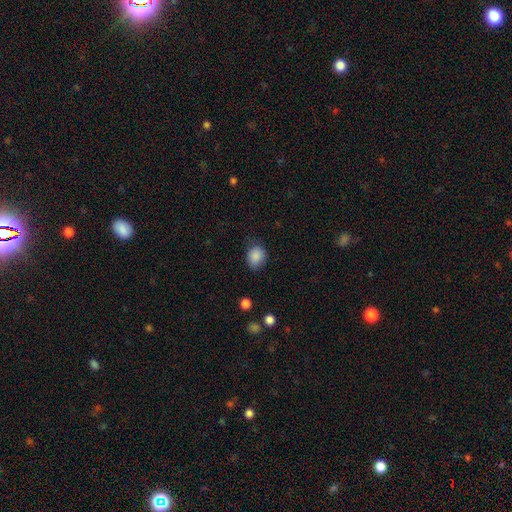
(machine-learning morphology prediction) type=smooth (87%); roundness=round (56%); merging=none (73%).